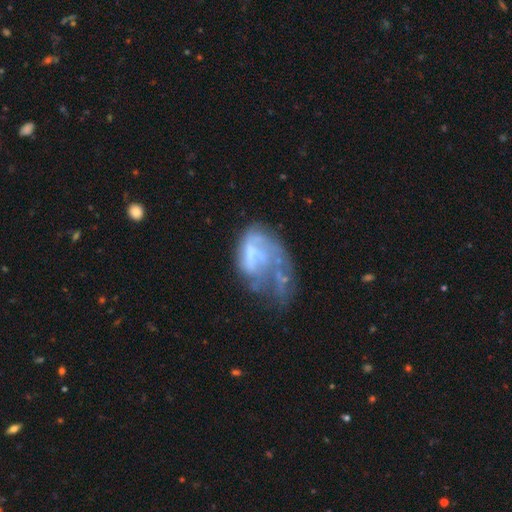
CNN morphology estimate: featured or disk 66%, smooth 24%, star or artifact 10%. Down the decision tree: edge-on disk — no (97%); bar — no (62%); spiral arms — no (50%, tied with yes); bulge size — none (54%); merging — major disturbance (45%).